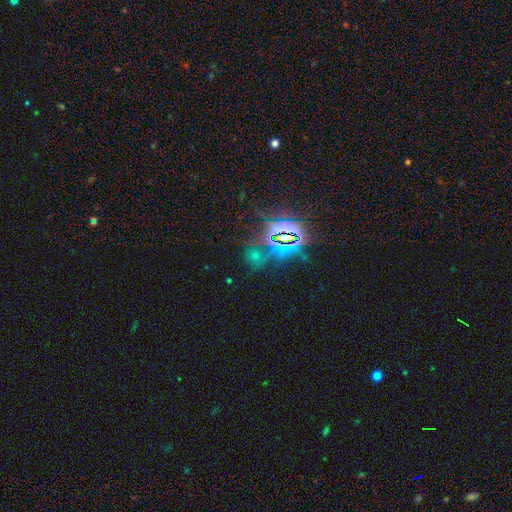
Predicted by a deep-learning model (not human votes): Q: Smooth or featured?
A: star or artifact (74%); runner-up: smooth (17%)